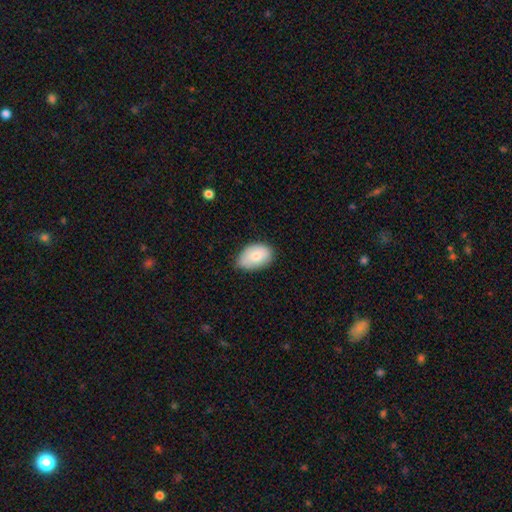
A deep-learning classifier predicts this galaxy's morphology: Smooth or featured?
  - smooth: 80% *
  - featured or disk: 13%
  - star or artifact: 7%
How rounded?
  - in between: 88% *
  - round: 10%
  - cigar-shaped: 1%
Merging?
  - none: 65% *
  - minor disturbance: 29%
  - major disturbance: 4%
  - merger: 1%